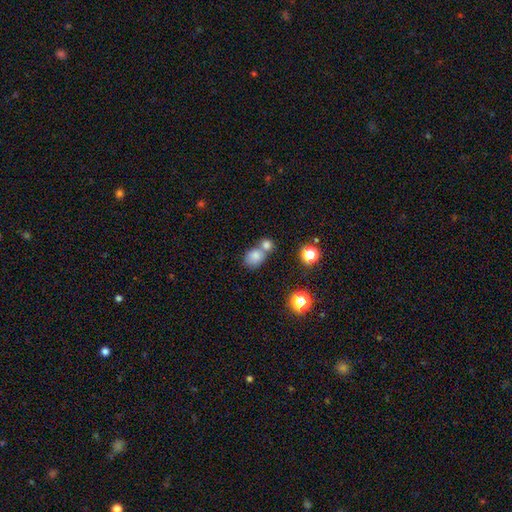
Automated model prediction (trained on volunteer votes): smooth-or-featured: smooth: 78% | star or artifact: 11% | featured or disk: 10%
  how-rounded: in between: 50% | round: 48% | cigar-shaped: 1%
  merging: merger: 48% | none: 38% | minor disturbance: 10% | major disturbance: 4%